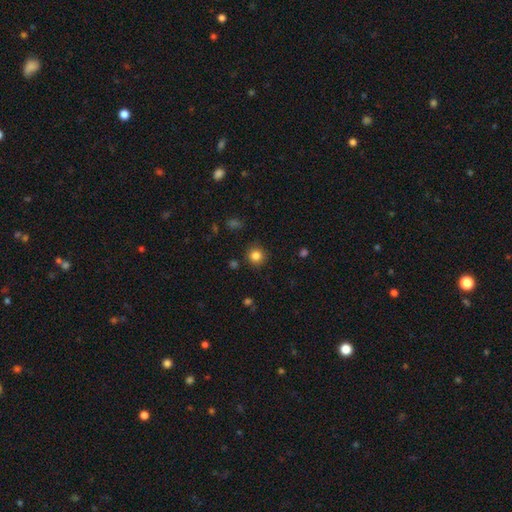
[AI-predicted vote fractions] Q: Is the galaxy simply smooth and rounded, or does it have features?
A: smooth — 84%.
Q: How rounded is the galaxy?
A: round — 93%.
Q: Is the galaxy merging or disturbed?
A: none — 88%.